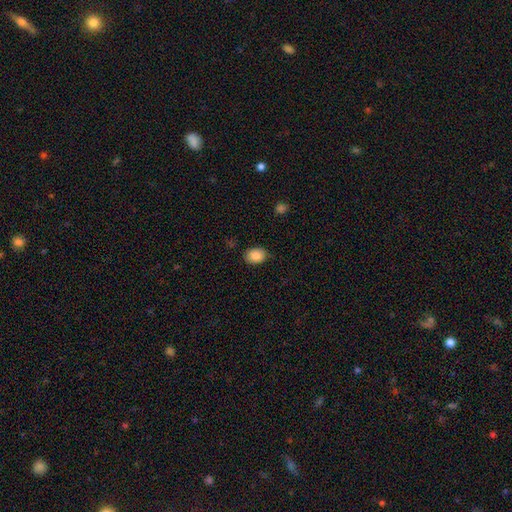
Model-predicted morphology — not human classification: Smooth or featured? smooth (87%)
How rounded? in between (65%)
Merging? none (83%)